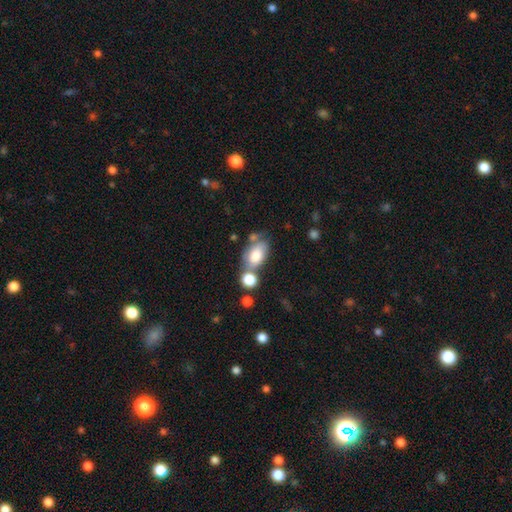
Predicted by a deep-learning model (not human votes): Overall: smooth (76%). How rounded: in between (88%). Merging: none (44%; merger 30%).